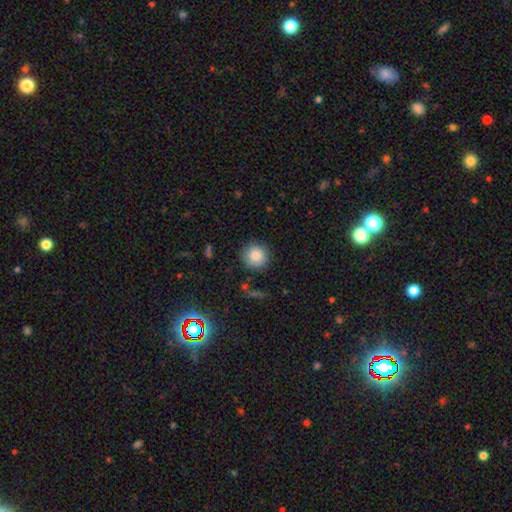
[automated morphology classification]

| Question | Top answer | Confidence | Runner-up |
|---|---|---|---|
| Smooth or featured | smooth | 85% | star or artifact (9%) |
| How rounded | round | 94% | in between (5%) |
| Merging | none | 88% | minor disturbance (8%) |